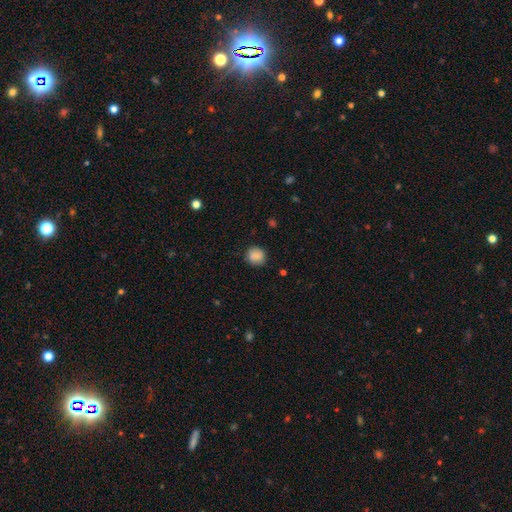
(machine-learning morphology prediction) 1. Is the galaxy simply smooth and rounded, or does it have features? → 86% smooth, 8% star or artifact, 5% featured or disk.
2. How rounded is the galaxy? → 89% round, 10% in between, 1% cigar-shaped.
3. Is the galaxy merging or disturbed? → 86% none, 10% minor disturbance, 3% major disturbance, 1% merger.